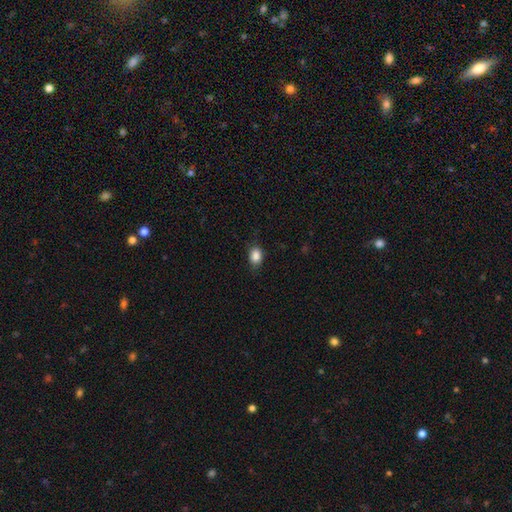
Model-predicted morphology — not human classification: smooth_or_featured: smooth (p=0.87) [alt: star or artifact p=0.09]
how_rounded: in between (p=0.72) [alt: round p=0.27]
merging: none (p=0.77) [alt: minor disturbance p=0.18]